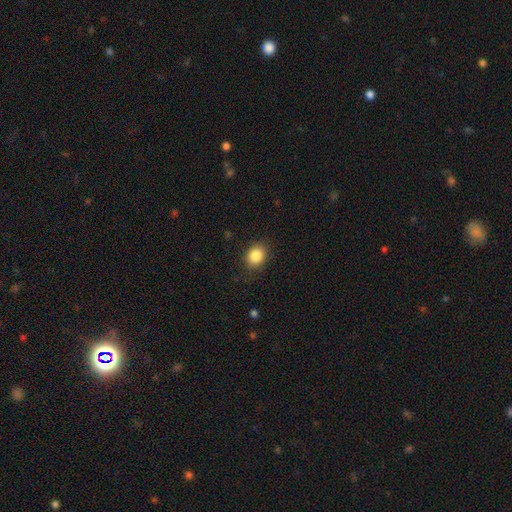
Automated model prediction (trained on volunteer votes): smooth 86%, star or artifact 9%, featured or disk 5%. Down the decision tree: how rounded — round (52%); merging — none (84%).